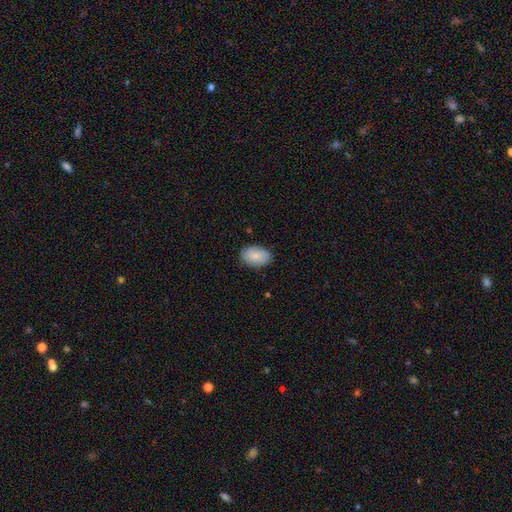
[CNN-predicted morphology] smooth 83%, featured or disk 11%, star or artifact 6%. Down the decision tree: how rounded — in between (88%); merging — none (82%).